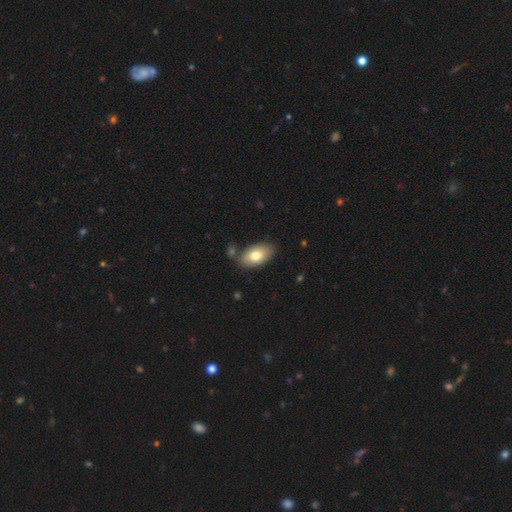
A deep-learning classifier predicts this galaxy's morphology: smooth-or-featured: smooth: 78% | featured or disk: 16% | star or artifact: 7%
  how-rounded: in between: 93% | round: 5% | cigar-shaped: 2%
  merging: none: 74% | minor disturbance: 16% | merger: 7% | major disturbance: 3%